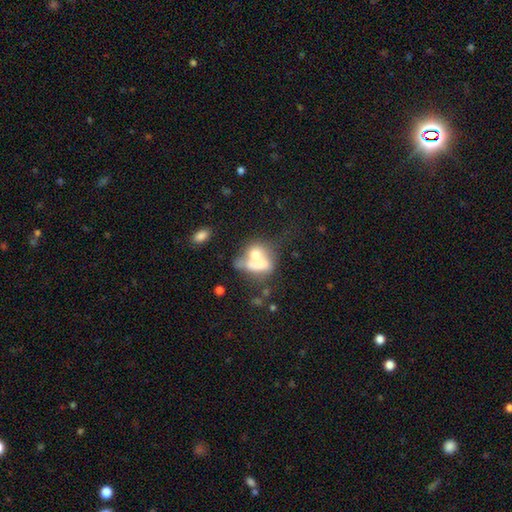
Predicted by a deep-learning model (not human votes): A smooth galaxy with no disk features (58%) that is in between round and cigar-shaped (59%).

Vote fractions:
- Smooth or featured? smooth: 58% / featured or disk: 32% / star or artifact: 10%
- How rounded? in between: 59% / round: 38% / cigar-shaped: 3%
- Merging? merger: 63% / none: 15% / major disturbance: 14% / minor disturbance: 9%